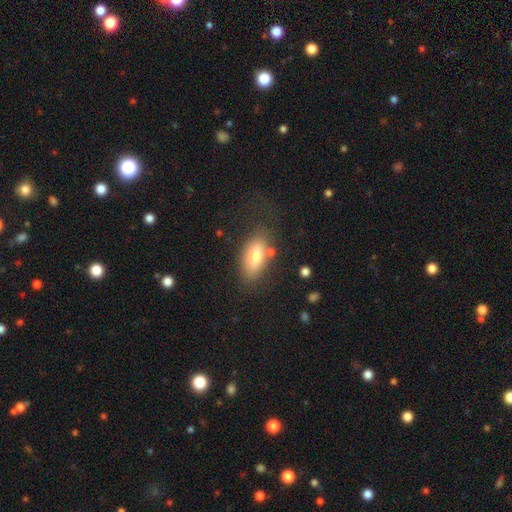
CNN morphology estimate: smooth_or_featured: smooth (p=0.74) [alt: featured or disk p=0.18]
how_rounded: in between (p=0.87) [alt: cigar-shaped p=0.09]
merging: none (p=0.69) [alt: minor disturbance p=0.18]